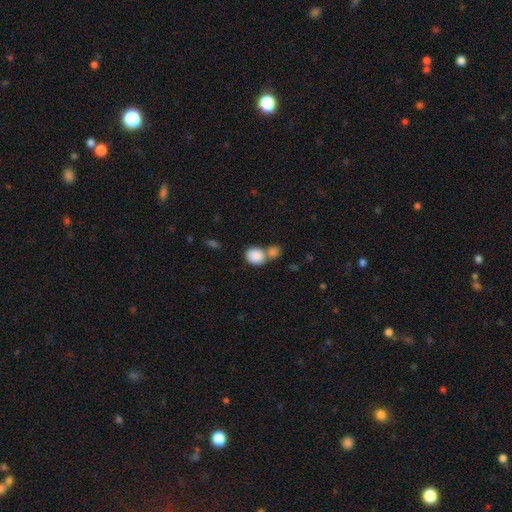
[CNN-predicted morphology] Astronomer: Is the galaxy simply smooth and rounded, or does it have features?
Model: smooth — 87%.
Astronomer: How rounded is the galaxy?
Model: round — 57% (runner-up: in between, 41%).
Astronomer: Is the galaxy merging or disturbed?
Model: merger — 49% (runner-up: none, 38%).